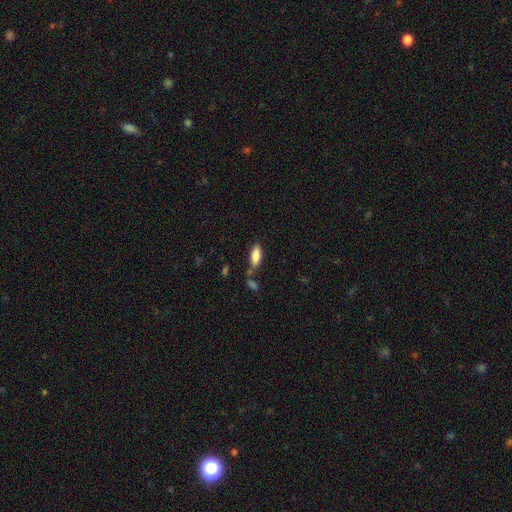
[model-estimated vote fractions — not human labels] Q: Smooth or featured?
A: smooth (85%); runner-up: featured or disk (8%)
Q: How rounded?
A: in between (78%); runner-up: cigar-shaped (20%)
Q: Merging?
A: none (65%); runner-up: minor disturbance (16%)